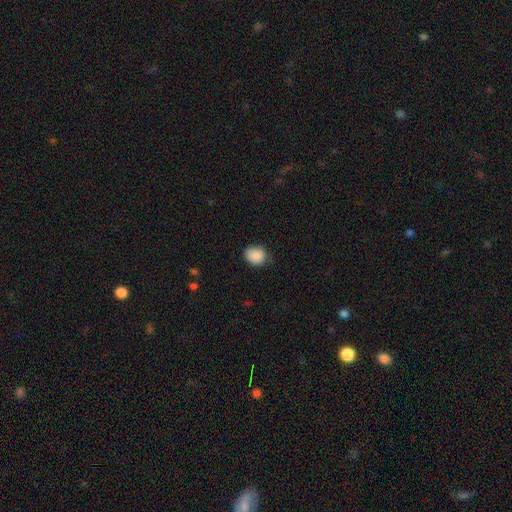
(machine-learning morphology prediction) This is clearly a smooth galaxy (88%). How rounded: possibly round (56%). Merging: likely none (73%).